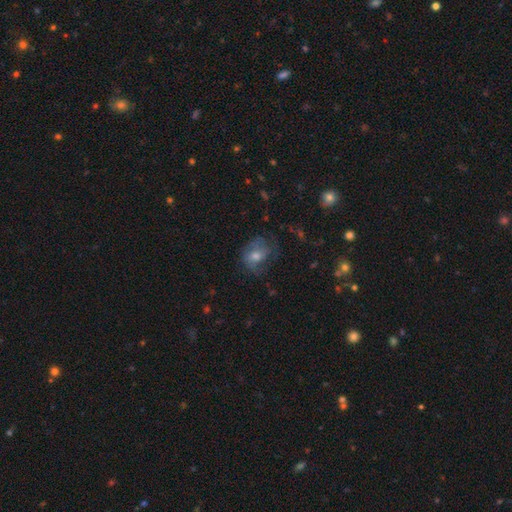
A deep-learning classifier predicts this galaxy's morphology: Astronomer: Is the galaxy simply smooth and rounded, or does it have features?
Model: smooth — 46% (runner-up: featured or disk, 43%).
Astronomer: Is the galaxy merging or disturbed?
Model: none — 49% (runner-up: major disturbance, 25%).